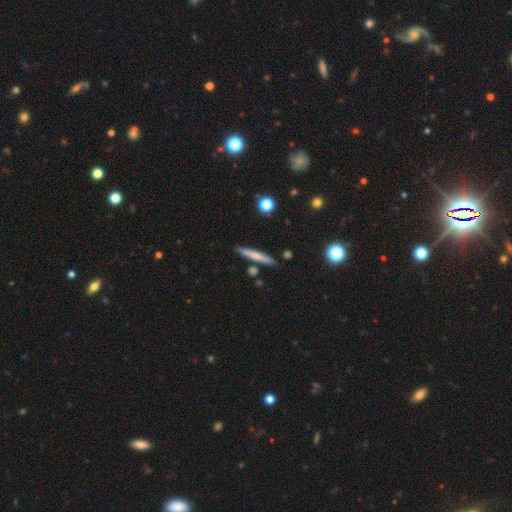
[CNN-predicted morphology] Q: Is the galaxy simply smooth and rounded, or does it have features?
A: smooth — 59%.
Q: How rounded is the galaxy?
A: cigar-shaped — 93%.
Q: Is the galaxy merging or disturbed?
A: none — 85%.